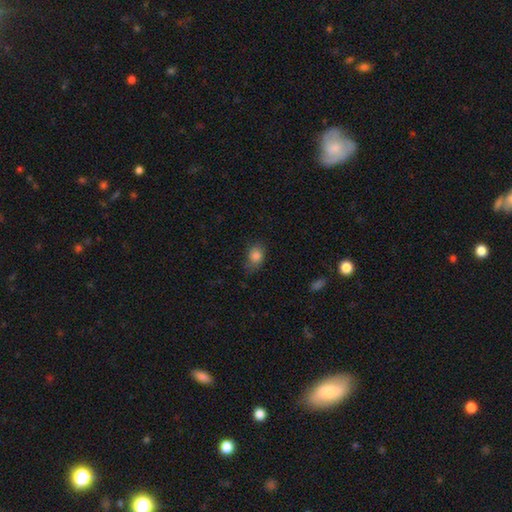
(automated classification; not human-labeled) smooth 84%, star or artifact 10%, featured or disk 7%. Down the decision tree: how rounded — in between (66%); merging — none (63%).